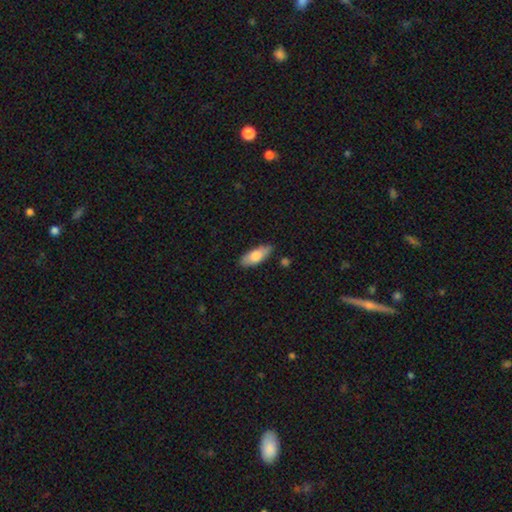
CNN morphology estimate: A smooth galaxy with no disk features (74%) that is in between round and cigar-shaped (77%). Merging: none (82%).